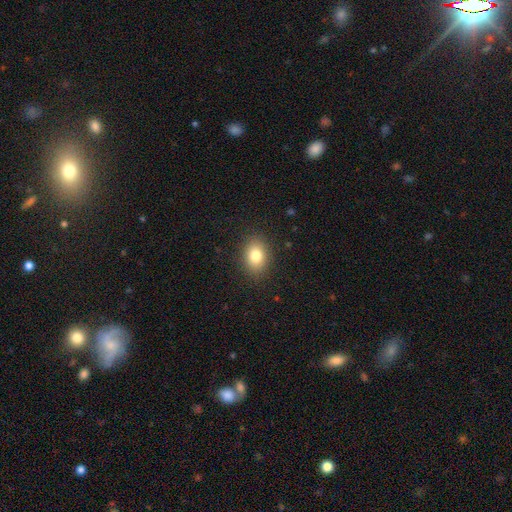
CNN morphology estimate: A smooth galaxy with no disk features (80%) that is in between round and cigar-shaped (71%).

Vote fractions:
- Smooth or featured? smooth: 80% / star or artifact: 10% / featured or disk: 9%
- How rounded? in between: 71% / round: 28% / cigar-shaped: 1%
- Merging? none: 88% / minor disturbance: 8% / major disturbance: 3% / merger: 1%